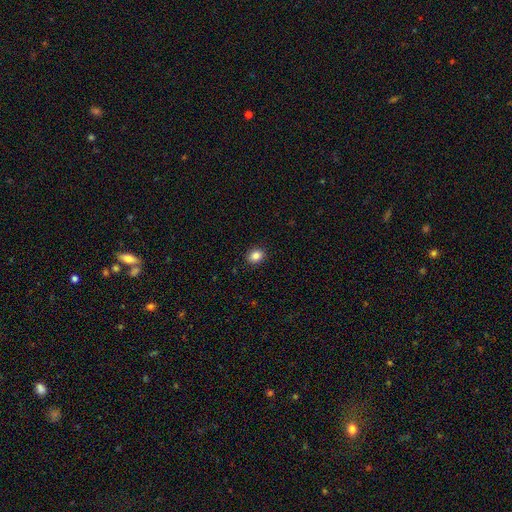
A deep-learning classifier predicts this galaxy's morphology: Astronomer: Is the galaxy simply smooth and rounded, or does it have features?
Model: smooth — 86%.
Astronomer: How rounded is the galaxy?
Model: in between — 50% (runner-up: round, 49%).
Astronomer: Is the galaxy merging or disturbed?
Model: none — 90%.